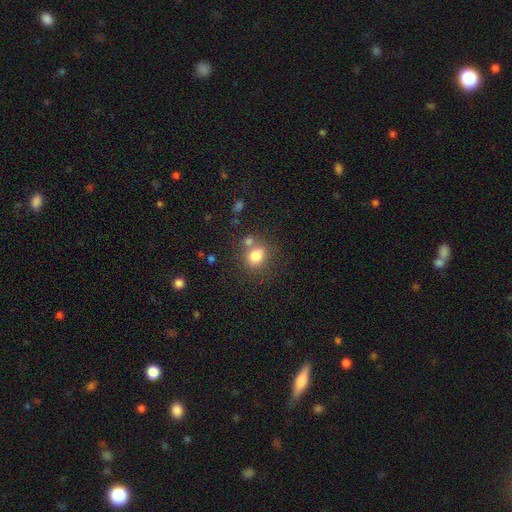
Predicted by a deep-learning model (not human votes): Smooth or featured? Predicted: smooth (p=0.80). How rounded? Predicted: round (p=0.67). Merging? Predicted: none (p=0.61).